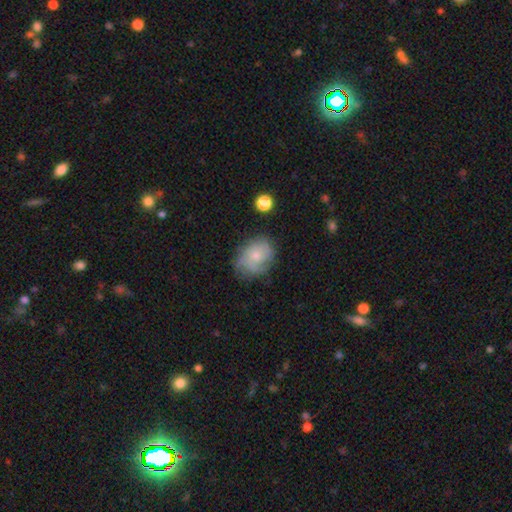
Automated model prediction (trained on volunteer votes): A smooth galaxy with no disk features (50%).

Vote fractions:
- Smooth or featured? smooth: 50% / featured or disk: 42% / star or artifact: 9%
- Merging? none: 59% / minor disturbance: 28% / major disturbance: 11% / merger: 2%